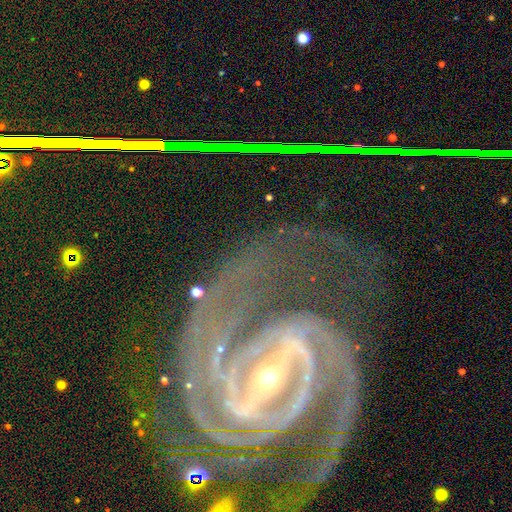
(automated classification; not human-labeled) Smooth or featured? Predicted: featured or disk (p=0.90). Edge-on disk? Predicted: no (p=0.97). Bar? Predicted: strong (p=0.72). Spiral arms? Predicted: yes (p=0.98). Spiral winding? Predicted: tight (p=0.52). Spiral arm count? Predicted: 2 (p=0.61). Bulge size? Predicted: small (p=0.71). Merging? Predicted: none (p=0.64).